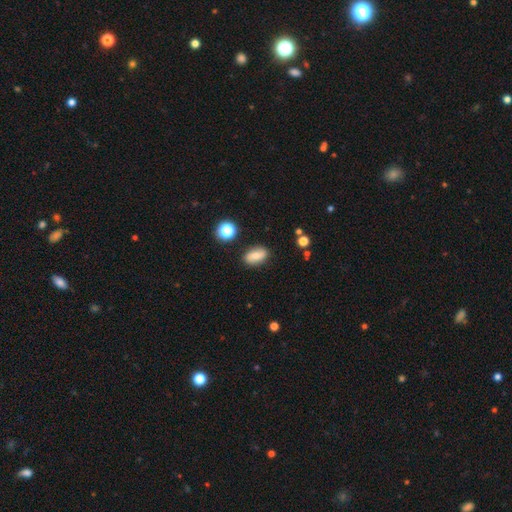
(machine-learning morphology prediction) Overall: smooth (66%). How rounded: in between (85%). Merging: none (83%).